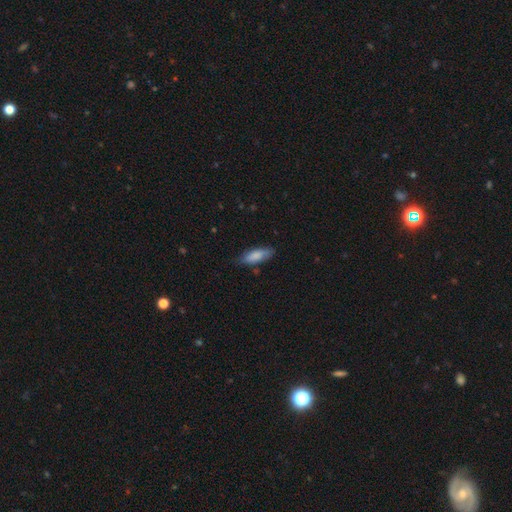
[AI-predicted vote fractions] This is clearly a smooth galaxy (84%). How rounded: likely in between (65%). Merging: likely none (74%).